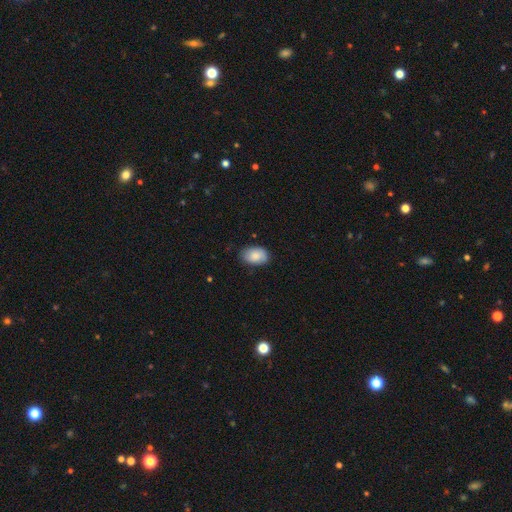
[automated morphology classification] This appears to be a smooth galaxy with no disk features (81%) that is in between round and cigar-shaped (88%). Merging: none (78%).